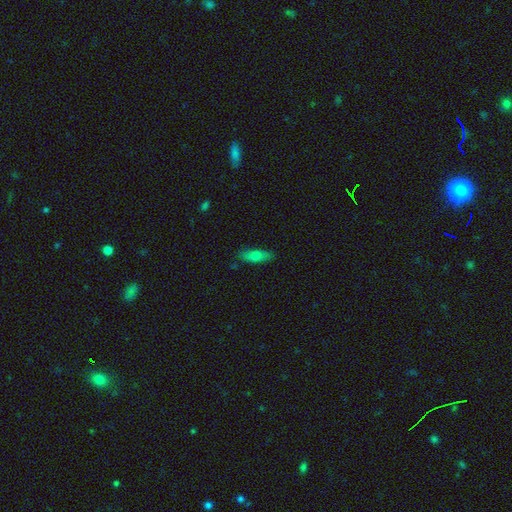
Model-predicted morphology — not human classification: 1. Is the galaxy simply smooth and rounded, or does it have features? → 70% smooth, 22% featured or disk, 8% star or artifact.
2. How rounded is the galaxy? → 57% in between, 40% cigar-shaped, 3% round.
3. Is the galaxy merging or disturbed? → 82% none, 14% minor disturbance, 3% major disturbance, 2% merger.